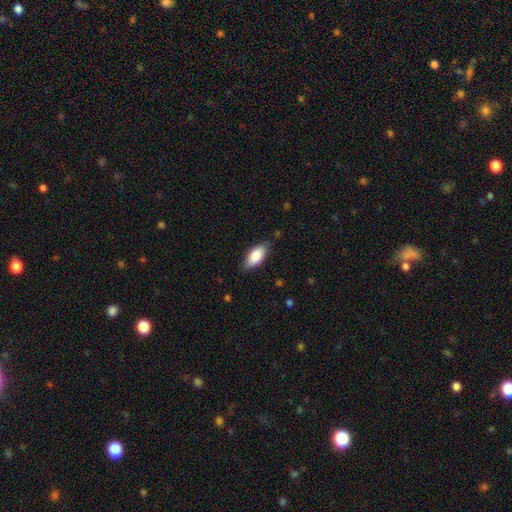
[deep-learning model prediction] Overall: smooth (83%). How rounded: in between (88%). Merging: none (78%).